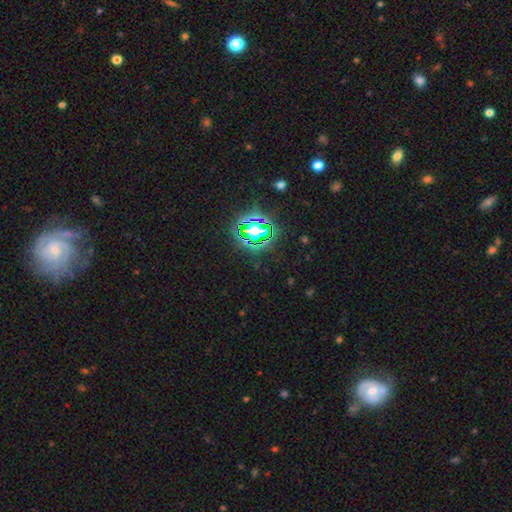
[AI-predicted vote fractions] Smooth or featured? Predicted: star or artifact (p=0.76).